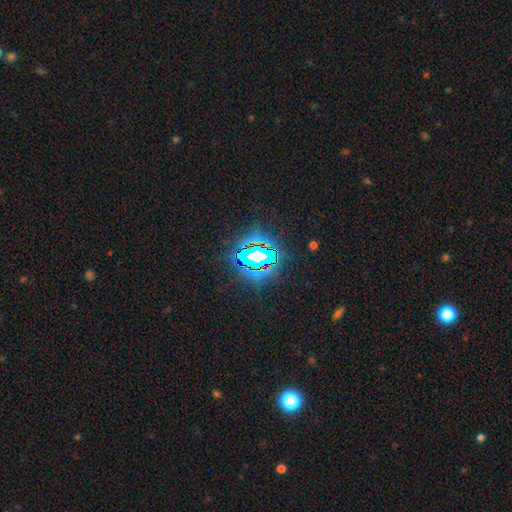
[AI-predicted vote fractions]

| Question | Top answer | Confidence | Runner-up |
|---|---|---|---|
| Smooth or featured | star or artifact | 79% | smooth (11%) |